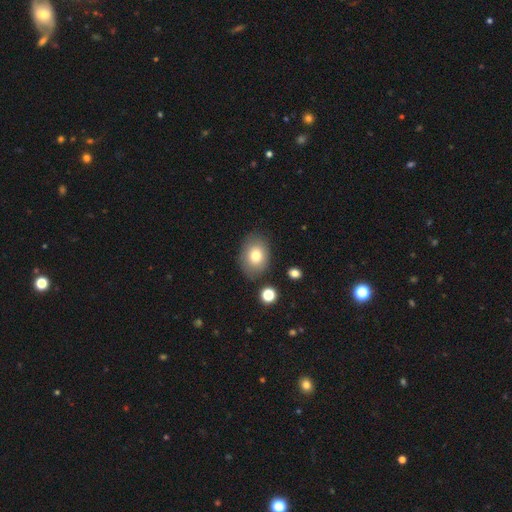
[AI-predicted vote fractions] This appears to be a smooth galaxy with no disk features (77%) that is in between round and cigar-shaped (64%). Merging: none (81%).